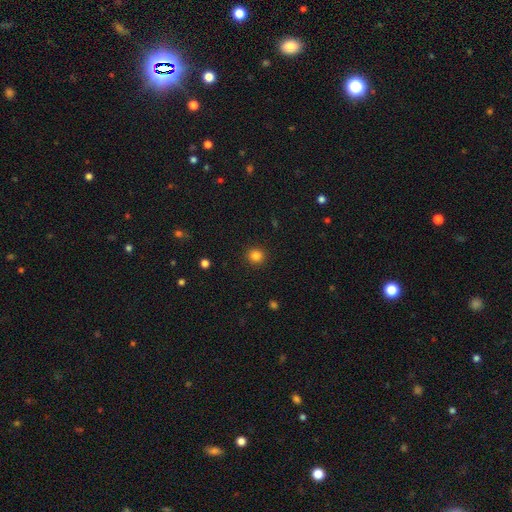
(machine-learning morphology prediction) The model was most divided on "smooth or featured": smooth: 84%, star or artifact: 12%, featured or disk: 4%. More confident: how rounded — round (92%); merging — none (92%).